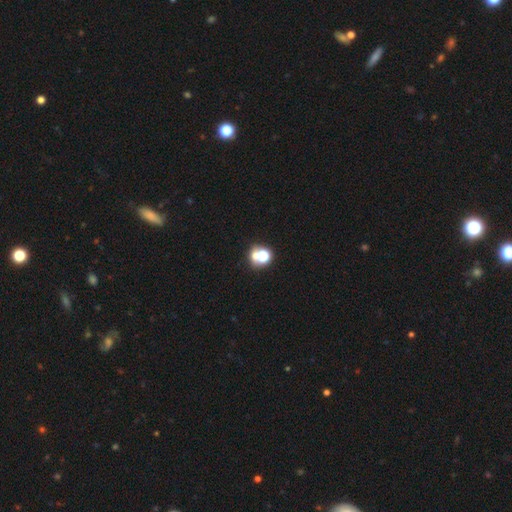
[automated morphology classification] Smooth or featured?
  - smooth: 54% *
  - star or artifact: 33%
  - featured or disk: 13%
How rounded?
  - round: 76% *
  - in between: 23%
  - cigar-shaped: 1%
Merging?
  - none: 54% *
  - merger: 31%
  - minor disturbance: 9%
  - major disturbance: 5%